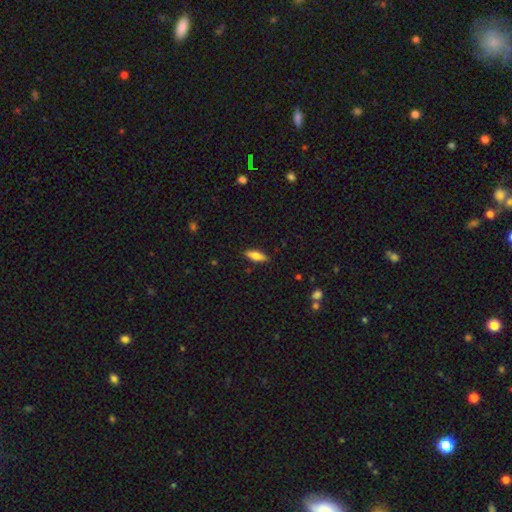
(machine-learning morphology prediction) A smooth galaxy with no disk features (79%) that is in between round and cigar-shaped (63%). Merging: none (87%).